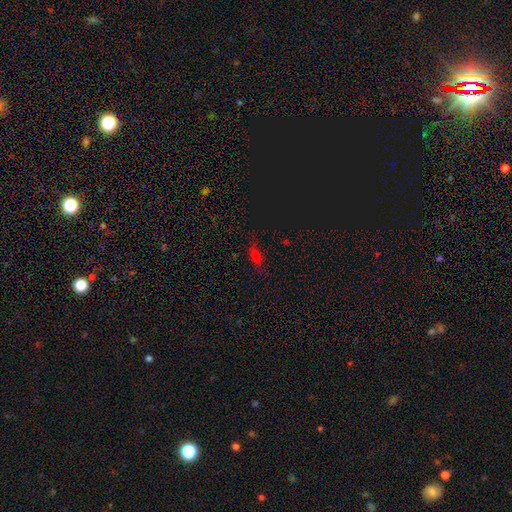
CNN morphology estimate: Smooth or featured? smooth (56%)
How rounded? in between (71%)
Merging? none (75%)